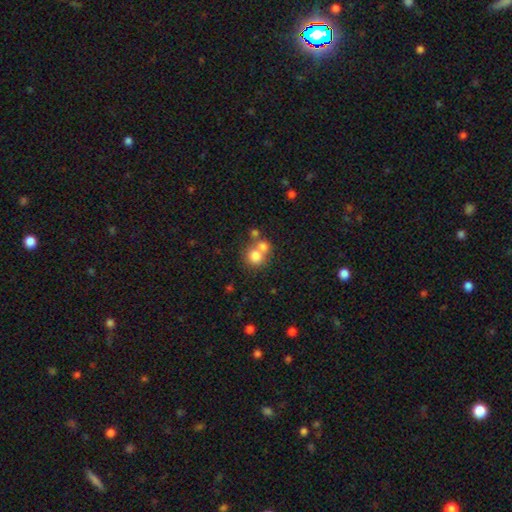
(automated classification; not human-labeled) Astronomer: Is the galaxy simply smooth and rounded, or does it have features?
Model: smooth — 74%.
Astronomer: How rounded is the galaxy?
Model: round — 83%.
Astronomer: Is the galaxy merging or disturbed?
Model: merger — 48% (runner-up: none, 41%).